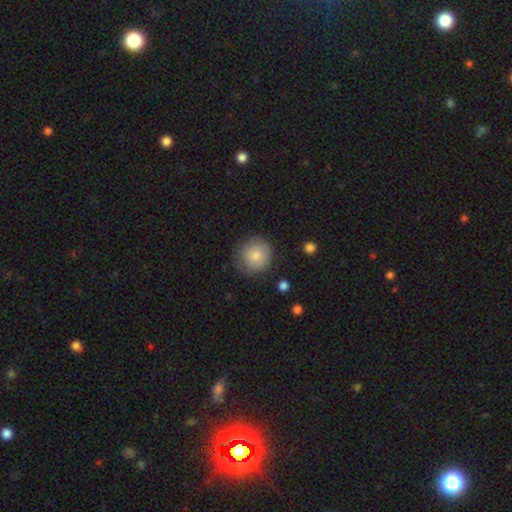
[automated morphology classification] Smooth or featured? Predicted: smooth (p=0.82). How rounded? Predicted: round (p=0.91). Merging? Predicted: none (p=0.76).